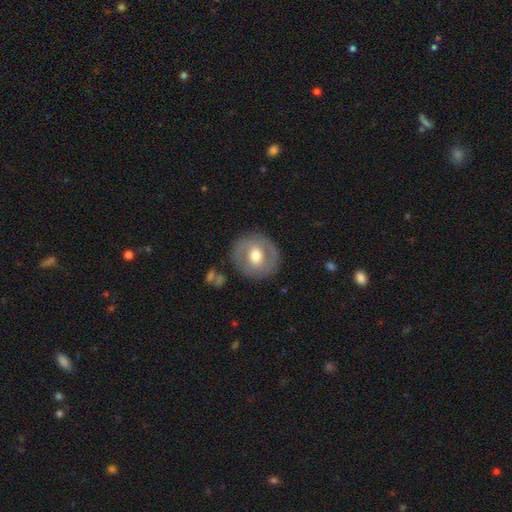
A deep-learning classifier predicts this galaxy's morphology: Smooth or featured?
  - featured or disk: 55% *
  - smooth: 39%
  - star or artifact: 6%
Edge-on disk?
  - no: 96% *
  - yes: 4%
Bar?
  - no: 45% *
  - weak: 39%
  - strong: 16%
Spiral arms?
  - no: 53% *
  - yes: 47%
Bulge size?
  - moderate: 74% *
  - large: 14%
  - small: 10%
  - dominant: 1%
  - none: 1%
Merging?
  - none: 85% *
  - minor disturbance: 9%
  - major disturbance: 4%
  - merger: 1%